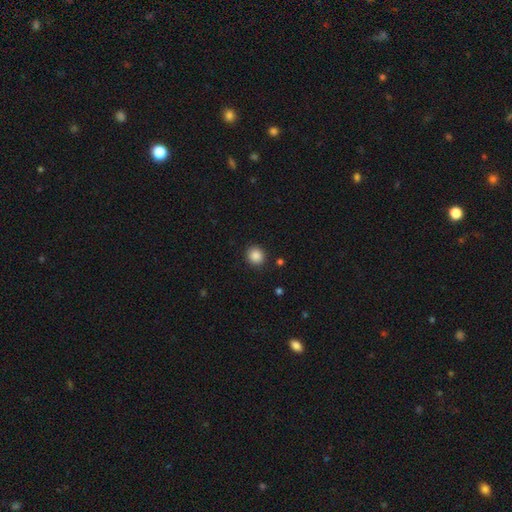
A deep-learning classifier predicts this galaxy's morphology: smooth 87%, star or artifact 10%, featured or disk 3%. Down the decision tree: how rounded — round (85%); merging — none (90%).